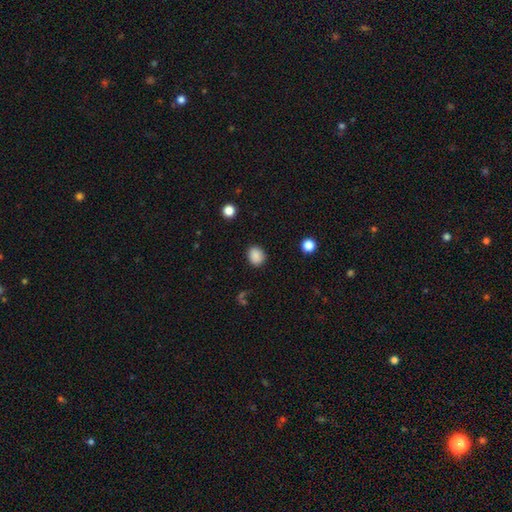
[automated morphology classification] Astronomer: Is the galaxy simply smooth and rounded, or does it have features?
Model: smooth — 87%.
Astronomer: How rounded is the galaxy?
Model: round — 60% (runner-up: in between, 39%).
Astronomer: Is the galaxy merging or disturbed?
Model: none — 88%.